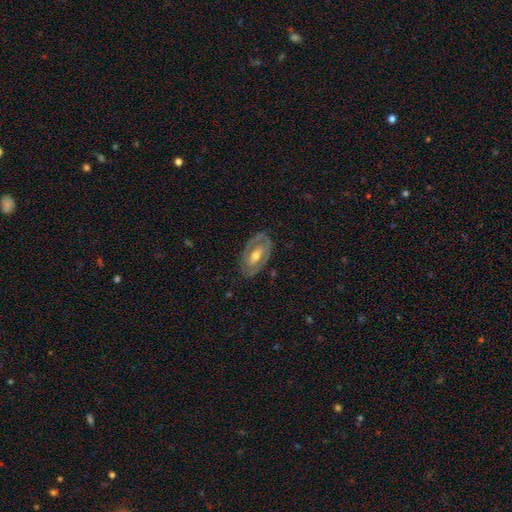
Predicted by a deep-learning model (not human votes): This is likely a featured or disk galaxy (74%). It is clearly not viewed edge-on (93%). Bar: marginally no (38%). Spiral arm pattern: likely yes (61%). Central bulge: likely moderate (64%). Merging: likely none (79%).